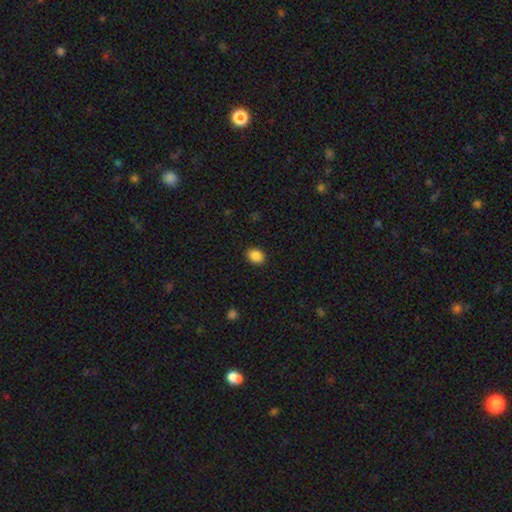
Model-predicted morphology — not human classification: Smooth or featured? Predicted: smooth (p=0.89). How rounded? Predicted: in between (p=0.65). Merging? Predicted: none (p=0.89).